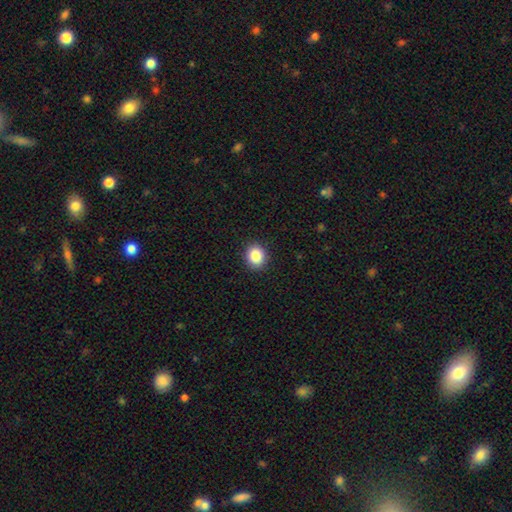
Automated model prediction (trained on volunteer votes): A smooth galaxy with no disk features (86%) that is round (74%).

Vote fractions:
- Smooth or featured? smooth: 86% / star or artifact: 9% / featured or disk: 5%
- How rounded? round: 74% / in between: 25% / cigar-shaped: 1%
- Merging? none: 91% / minor disturbance: 6% / major disturbance: 2% / merger: 1%